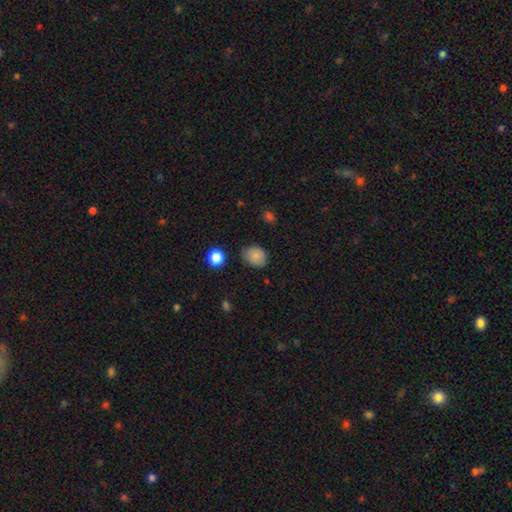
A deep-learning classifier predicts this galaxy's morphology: Smooth or featured? Predicted: smooth (p=0.83). How rounded? Predicted: round (p=0.51). Merging? Predicted: none (p=0.77).